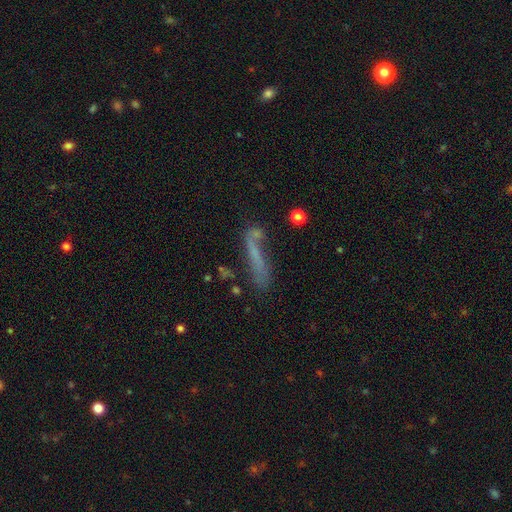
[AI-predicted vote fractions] Smooth or featured? Predicted: smooth (p=0.49). Merging? Predicted: none (p=0.49).